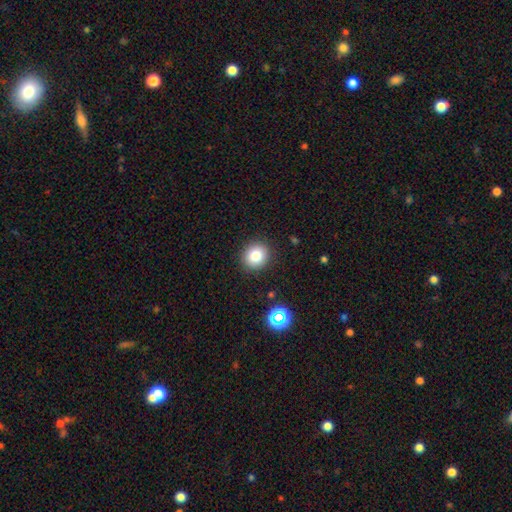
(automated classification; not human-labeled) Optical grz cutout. It shows a smooth galaxy with no disk features (82%) that is round (79%). Merging: none (89%).